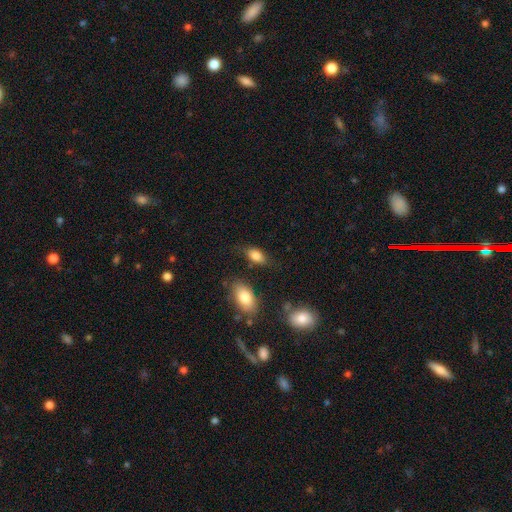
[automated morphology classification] A smooth galaxy with no disk features (84%) that is in between round and cigar-shaped (90%).

Vote fractions:
- Smooth or featured? smooth: 84% / star or artifact: 8% / featured or disk: 8%
- How rounded? in between: 90% / round: 6% / cigar-shaped: 3%
- Merging? none: 72% / minor disturbance: 18% / major disturbance: 5% / merger: 5%